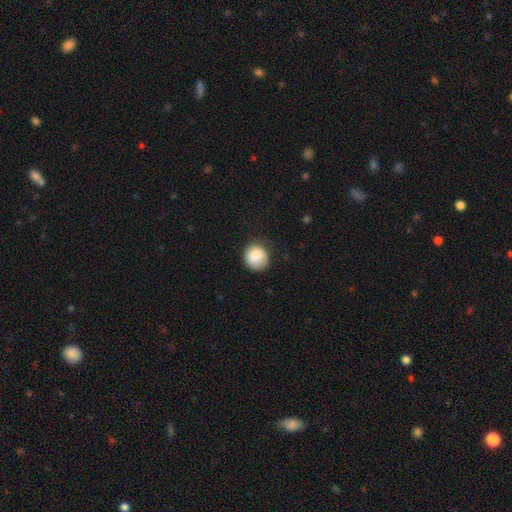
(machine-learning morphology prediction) smooth 84%, featured or disk 9%, star or artifact 8%. Down the decision tree: how rounded — round (86%); merging — none (74%).